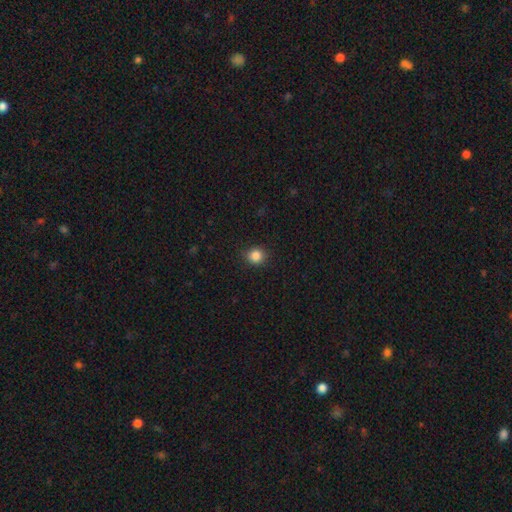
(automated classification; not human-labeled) Smooth or featured: smooth — 85% (star or artifact — 11%)
How rounded: round — 89% (in between — 10%)
Merging: none — 90% (minor disturbance — 7%)